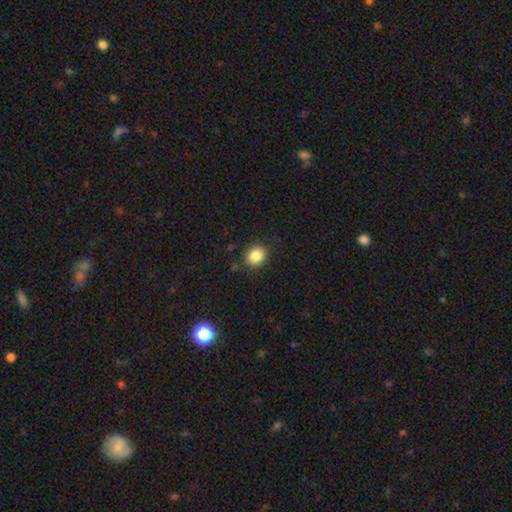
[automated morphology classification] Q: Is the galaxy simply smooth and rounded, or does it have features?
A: smooth — 84%.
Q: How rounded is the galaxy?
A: round — 67%.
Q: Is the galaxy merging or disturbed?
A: none — 86%.